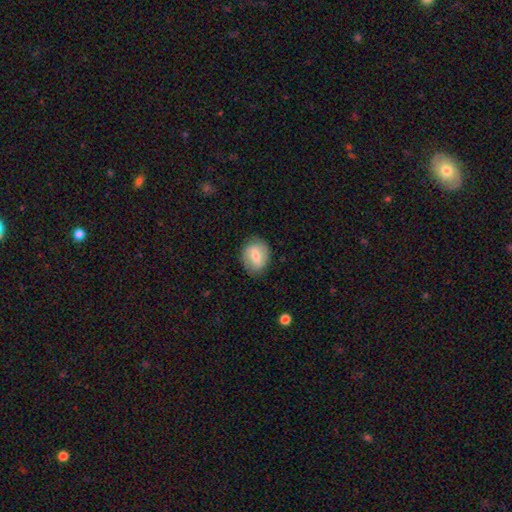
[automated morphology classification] Smooth or featured? Predicted: smooth (p=0.58). How rounded? Predicted: in between (p=0.62). Merging? Predicted: none (p=0.81).